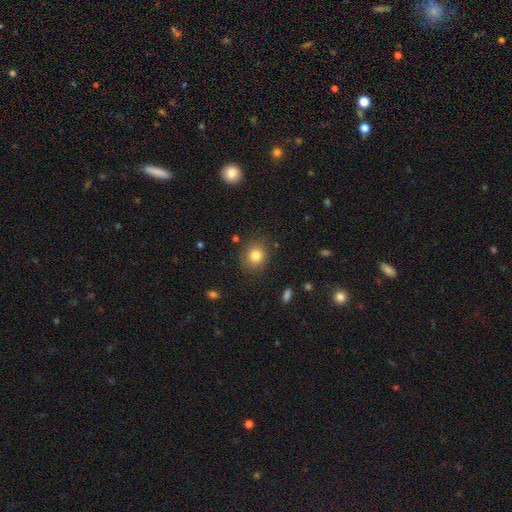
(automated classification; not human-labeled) This appears to be a smooth galaxy with no disk features (81%) that is round (81%). Merging: none (85%).